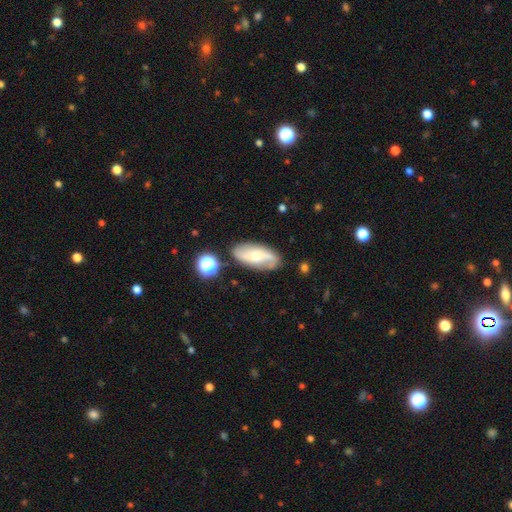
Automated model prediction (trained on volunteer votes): Q: Smooth or featured?
A: featured or disk (62%); runner-up: smooth (30%)
Q: Edge-on disk?
A: no (91%); runner-up: yes (9%)
Q: Bar?
A: no (52%); runner-up: weak (35%)
Q: Spiral arms?
A: yes (89%); runner-up: no (11%)
Q: Bulge size?
A: moderate (45%); runner-up: small (44%)
Q: Merging?
A: none (76%); runner-up: minor disturbance (15%)